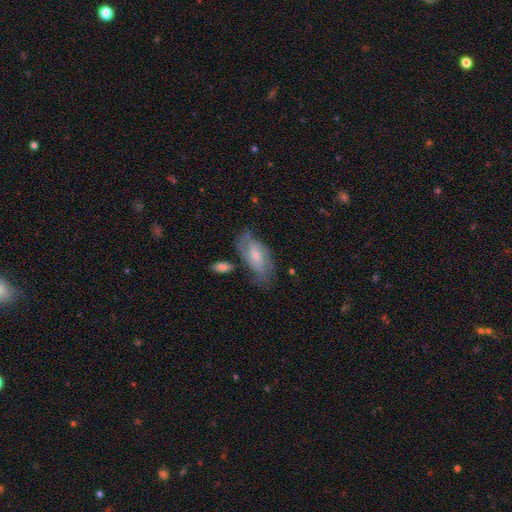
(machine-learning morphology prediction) Q: Smooth or featured?
A: featured or disk (61%); runner-up: smooth (32%)
Q: Edge-on disk?
A: no (91%); runner-up: yes (9%)
Q: Bar?
A: no (54%); runner-up: weak (38%)
Q: Spiral arms?
A: yes (82%); runner-up: no (18%)
Q: Bulge size?
A: moderate (45%); runner-up: small (42%)
Q: Merging?
A: none (57%); runner-up: minor disturbance (25%)